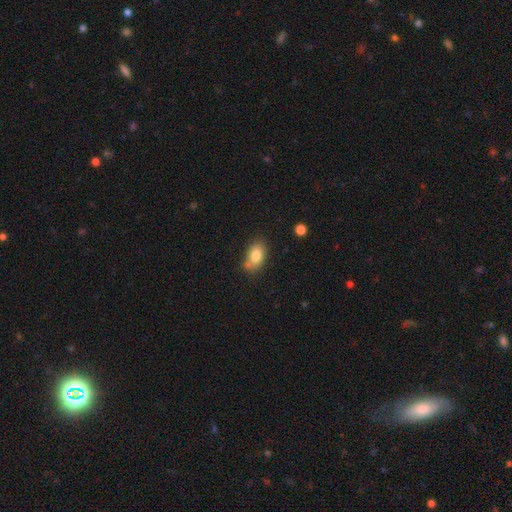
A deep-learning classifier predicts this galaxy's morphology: Q: Smooth or featured?
A: smooth (82%); runner-up: featured or disk (10%)
Q: How rounded?
A: in between (88%); runner-up: round (10%)
Q: Merging?
A: none (62%); runner-up: minor disturbance (22%)